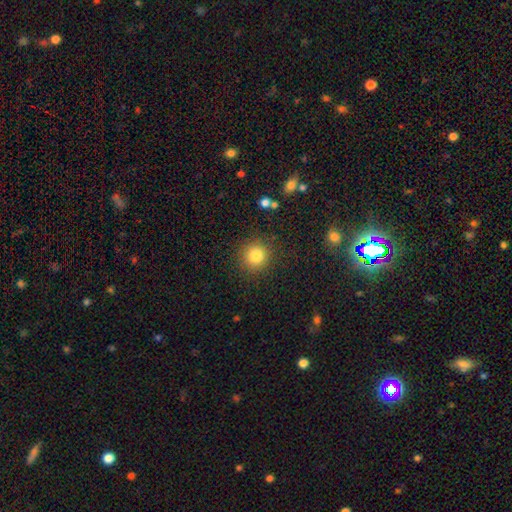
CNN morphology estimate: Smooth or featured? smooth (83%)
How rounded? round (92%)
Merging? none (89%)